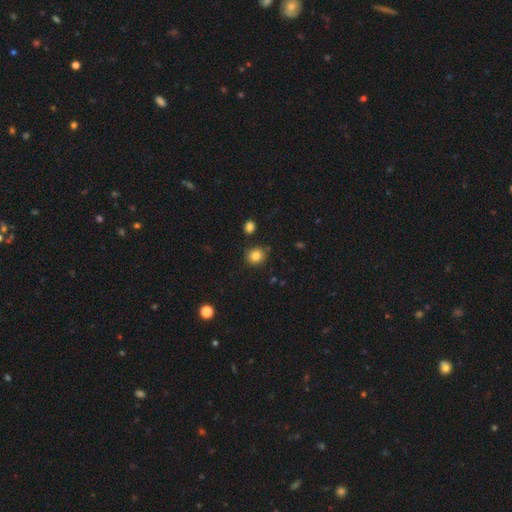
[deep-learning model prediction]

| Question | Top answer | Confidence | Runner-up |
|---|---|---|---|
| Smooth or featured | smooth | 84% | star or artifact (11%) |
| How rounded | round | 81% | in between (18%) |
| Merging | none | 85% | minor disturbance (10%) |